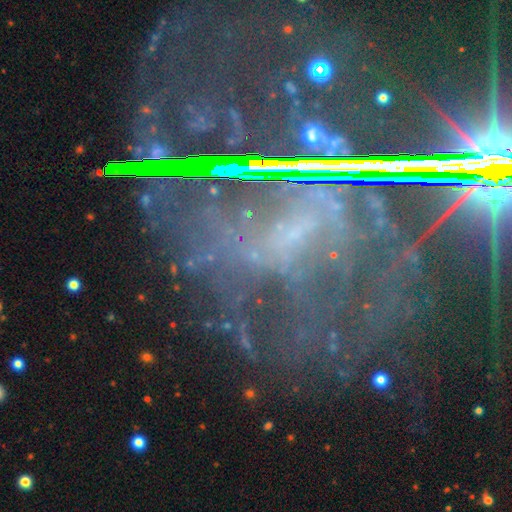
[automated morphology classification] Smooth or featured? star or artifact (46%)